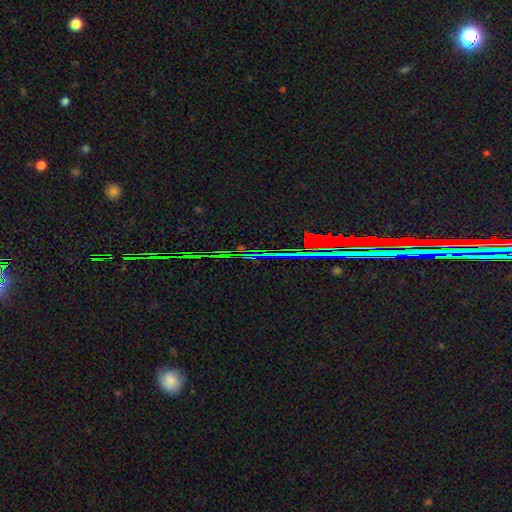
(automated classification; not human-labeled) This appears to be a star or artifact, not a galaxy (83%).